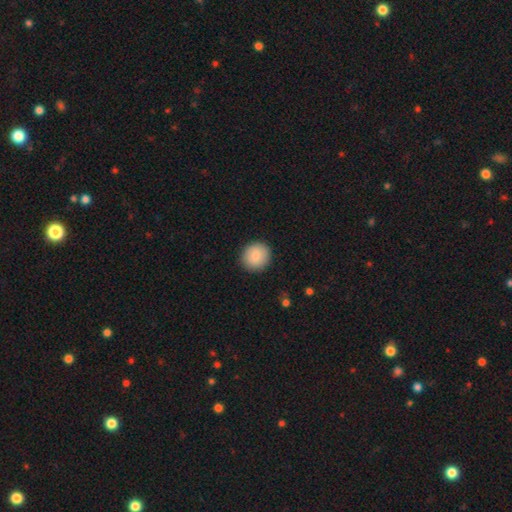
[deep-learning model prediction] Overall: smooth (84%). How rounded: round (89%). Merging: none (90%).